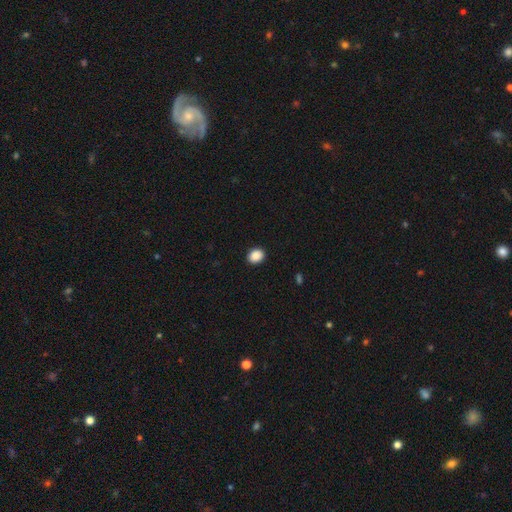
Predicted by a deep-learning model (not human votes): smooth_or_featured: smooth (p=0.90) [alt: star or artifact p=0.08]
how_rounded: round (p=0.56) [alt: in between p=0.43]
merging: none (p=0.91) [alt: minor disturbance p=0.06]